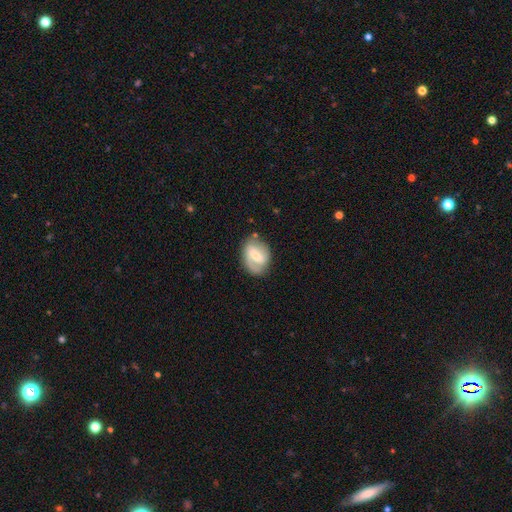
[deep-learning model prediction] Morphology: type=featured or disk (62%); edge-on=no (96%); bar=weak (43%); spiral arms=yes (78%); bulge=small (45%); merging=none (68%).